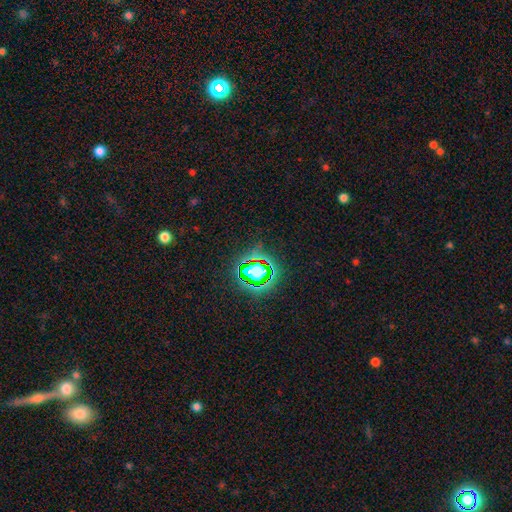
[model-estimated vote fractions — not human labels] Smooth or featured: star or artifact — 82% (smooth — 12%)